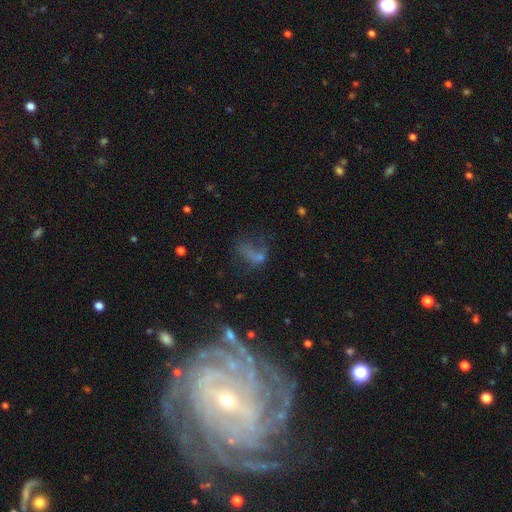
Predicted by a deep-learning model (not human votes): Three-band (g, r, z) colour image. It shows a smooth galaxy with no disk features (50%) that is in between round and cigar-shaped (75%). Merging: major disturbance (47%).